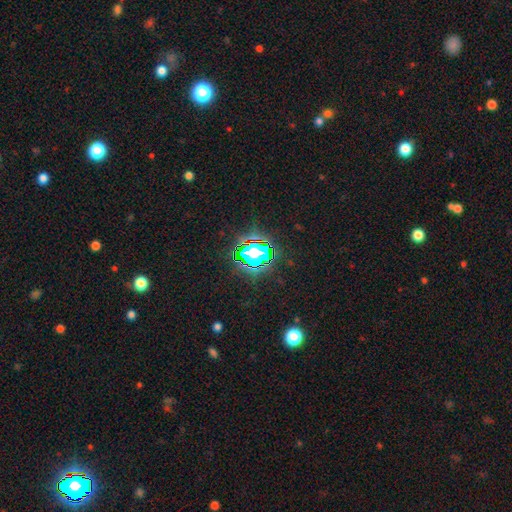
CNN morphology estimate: Smooth or featured? Predicted: star or artifact (p=0.74).